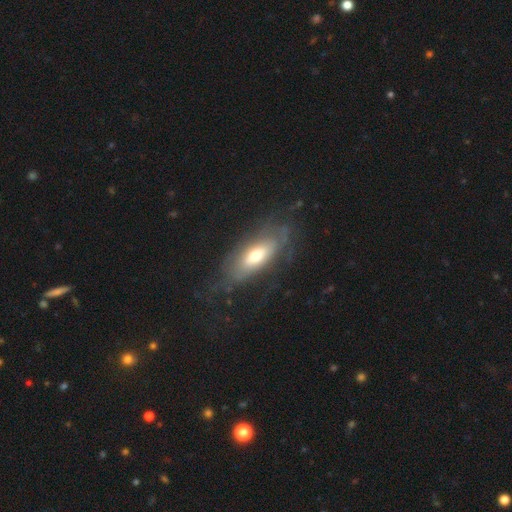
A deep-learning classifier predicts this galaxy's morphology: Q: Smooth or featured?
A: featured or disk (50%); runner-up: smooth (43%)
Q: Merging?
A: none (64%); runner-up: minor disturbance (20%)